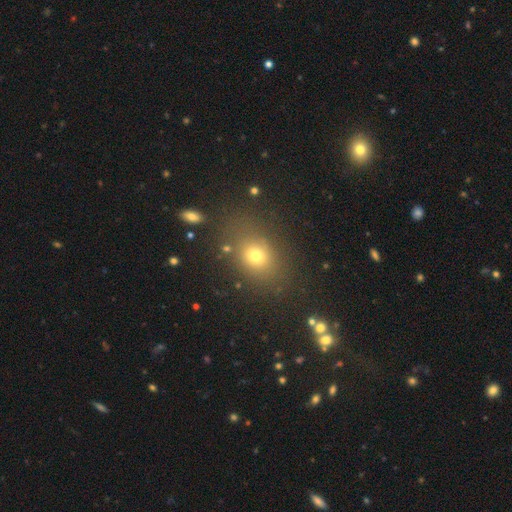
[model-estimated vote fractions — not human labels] Smooth or featured? smooth (69%)
How rounded? in between (52%)
Merging? none (79%)